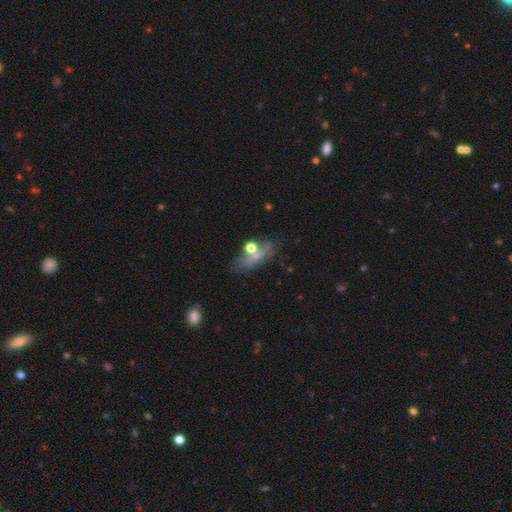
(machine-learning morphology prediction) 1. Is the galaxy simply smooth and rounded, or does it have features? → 47% smooth, 36% featured or disk, 17% star or artifact.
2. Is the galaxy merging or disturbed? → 60% none, 19% minor disturbance, 12% merger, 10% major disturbance.